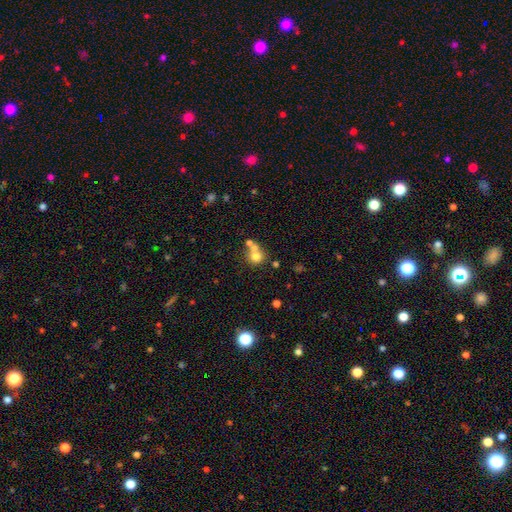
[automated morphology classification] smooth-or-featured: smooth: 71% | featured or disk: 16% | star or artifact: 13%
  how-rounded: round: 84% | in between: 15% | cigar-shaped: 1%
  merging: merger: 44% (tied) | none: 44% (tied) | minor disturbance: 8% | major disturbance: 5%